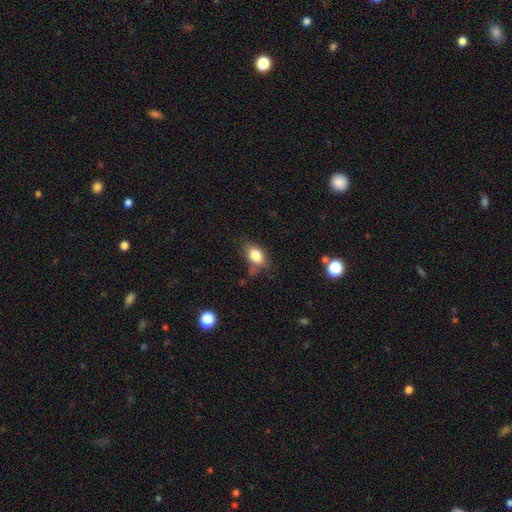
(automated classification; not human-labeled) smooth-or-featured: smooth: 81% | featured or disk: 10% | star or artifact: 9%
  how-rounded: in between: 83% | round: 15% | cigar-shaped: 3%
  merging: none: 61% | minor disturbance: 27% | major disturbance: 8% | merger: 5%